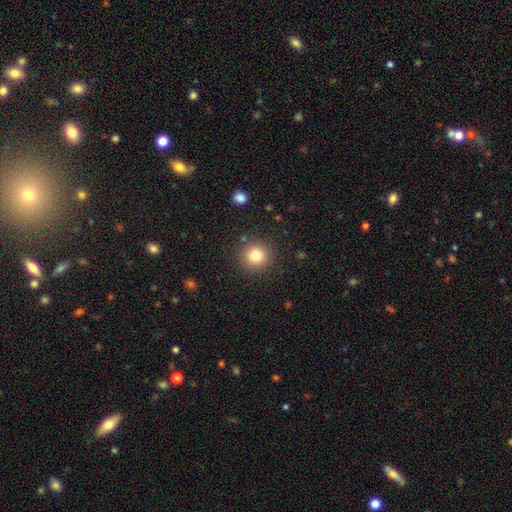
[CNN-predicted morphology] Overall: smooth (80%). How rounded: round (93%). Merging: none (89%).